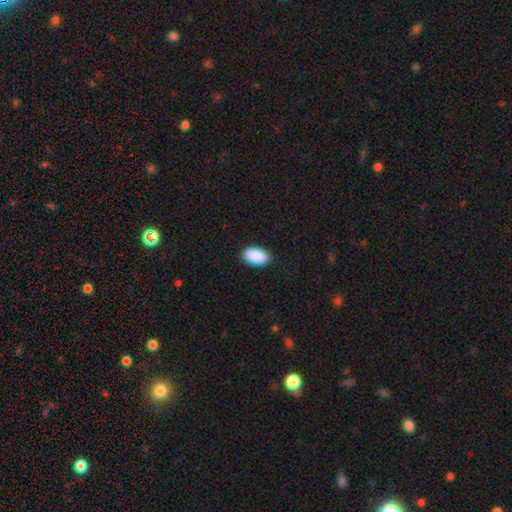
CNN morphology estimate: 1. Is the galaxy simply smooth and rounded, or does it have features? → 92% smooth, 6% star or artifact, 3% featured or disk.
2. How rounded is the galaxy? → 95% in between, 4% round, 1% cigar-shaped.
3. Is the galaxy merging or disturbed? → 88% none, 9% minor disturbance, 2% major disturbance, 1% merger.